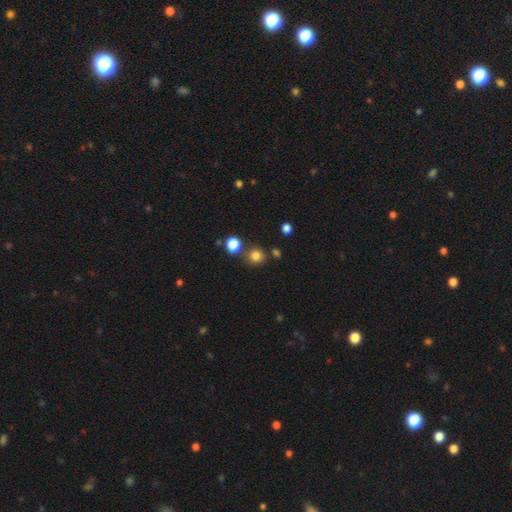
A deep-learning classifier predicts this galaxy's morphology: Smooth or featured: smooth — 80% (star or artifact — 14%)
How rounded: round — 90% (in between — 9%)
Merging: none — 75% (merger — 13%)